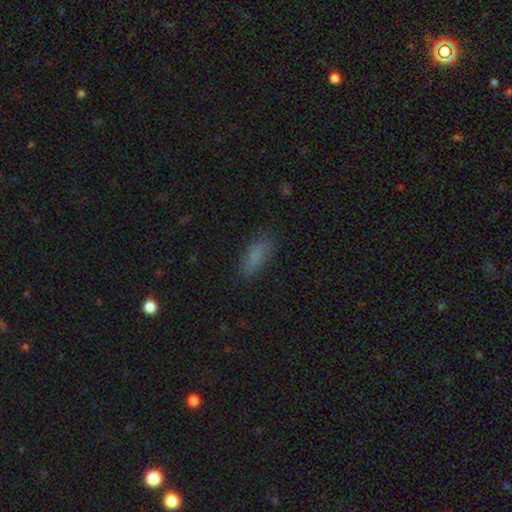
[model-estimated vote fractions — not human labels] Smooth or featured? smooth (81%)
How rounded? in between (69%)
Merging? none (80%)